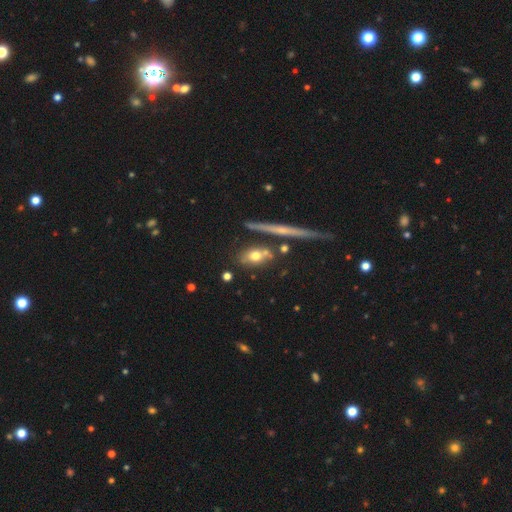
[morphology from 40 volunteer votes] This appears to be a smooth galaxy with no disk features (62%) that is in between round and cigar-shaped (56%). Merging: none (66%).